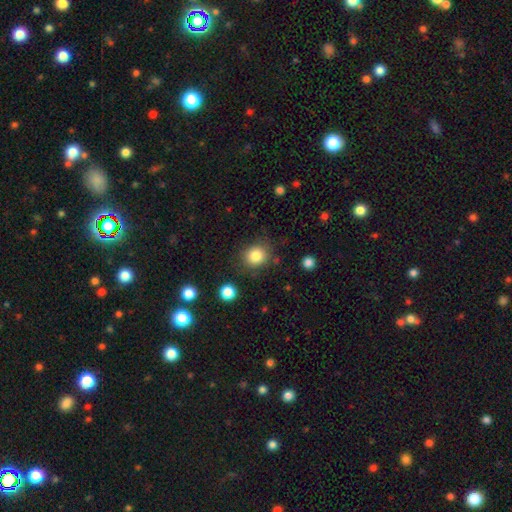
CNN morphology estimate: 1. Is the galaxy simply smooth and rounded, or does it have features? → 84% smooth, 10% star or artifact, 6% featured or disk.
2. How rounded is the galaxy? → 81% round, 18% in between, 1% cigar-shaped.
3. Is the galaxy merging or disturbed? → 82% none, 11% minor disturbance, 4% major disturbance, 3% merger.